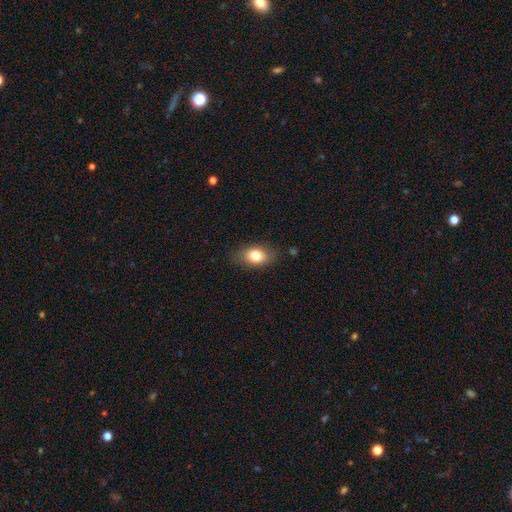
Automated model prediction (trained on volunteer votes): Overall: smooth (79%). How rounded: in between (80%). Merging: none (81%).